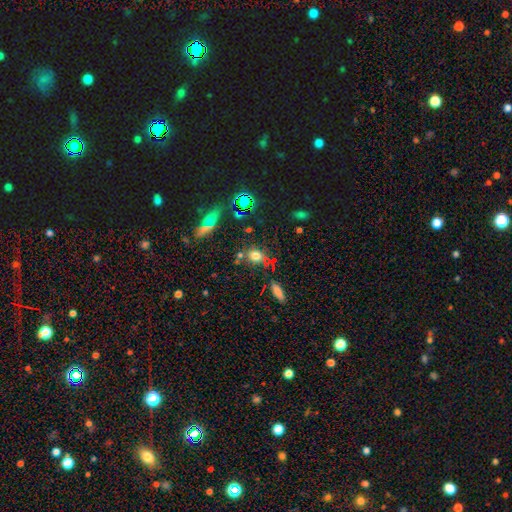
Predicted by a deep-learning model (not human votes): Morphology: type=smooth (69%); roundness=round (62%); merging=none (68%).